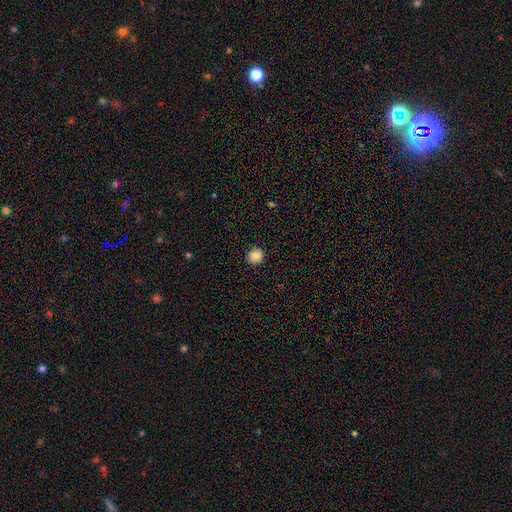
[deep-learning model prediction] Overall: smooth (87%). How rounded: round (92%). Merging: none (91%).